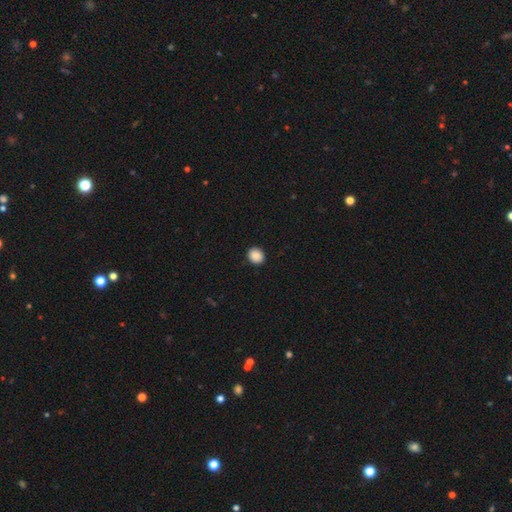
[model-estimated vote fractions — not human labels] Smooth or featured? smooth (89%)
How rounded? round (69%)
Merging? none (92%)